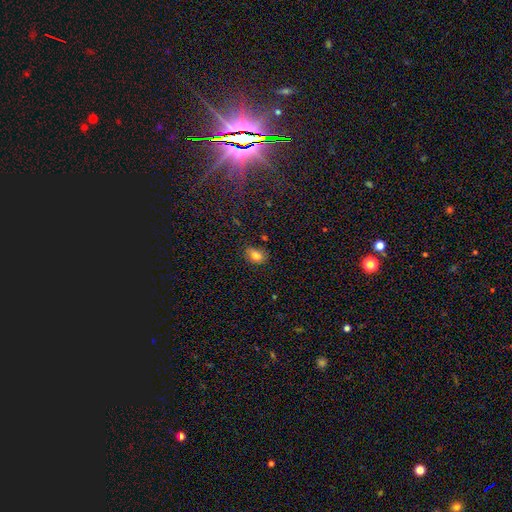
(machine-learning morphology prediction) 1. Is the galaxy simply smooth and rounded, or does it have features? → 81% smooth, 11% star or artifact, 8% featured or disk.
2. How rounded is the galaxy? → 76% in between, 22% round, 1% cigar-shaped.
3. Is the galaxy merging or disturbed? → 76% none, 18% minor disturbance, 3% major disturbance, 3% merger.